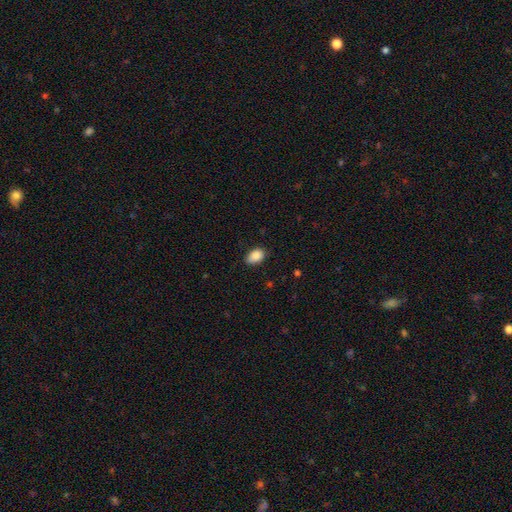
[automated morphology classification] smooth-or-featured: smooth: 88% | star or artifact: 8% | featured or disk: 4%
  how-rounded: in between: 88% | round: 11% | cigar-shaped: 1%
  merging: none: 80% | minor disturbance: 17% | major disturbance: 3% | merger: 1%